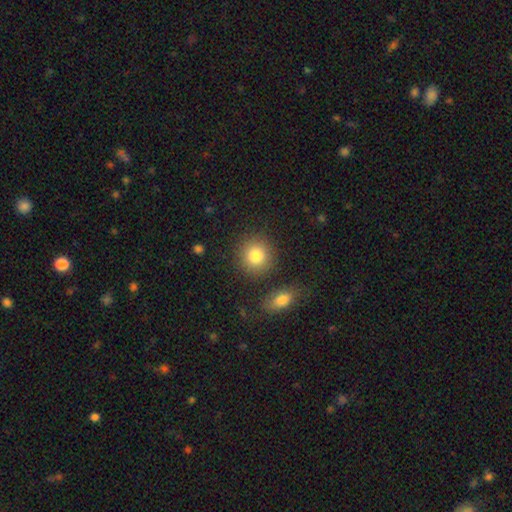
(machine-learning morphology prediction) smooth-or-featured: smooth: 83% | star or artifact: 9% | featured or disk: 8%
  how-rounded: round: 88% | in between: 11% | cigar-shaped: 1%
  merging: none: 82% | minor disturbance: 8% | merger: 7% | major disturbance: 3%